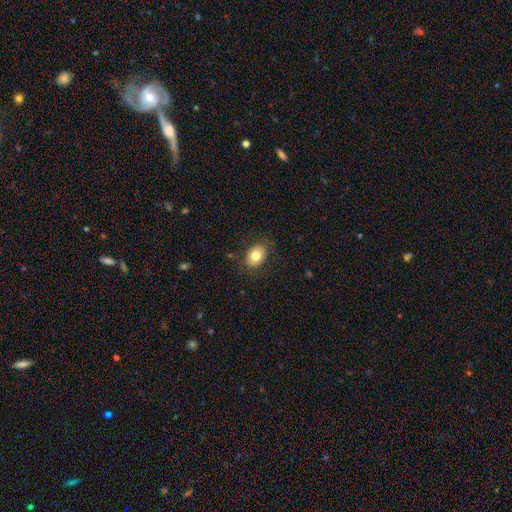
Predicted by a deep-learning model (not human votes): smooth_or_featured: smooth (p=0.79) [alt: featured or disk p=0.13]
how_rounded: in between (p=0.70) [alt: round p=0.29]
merging: none (p=0.84) [alt: minor disturbance p=0.12]